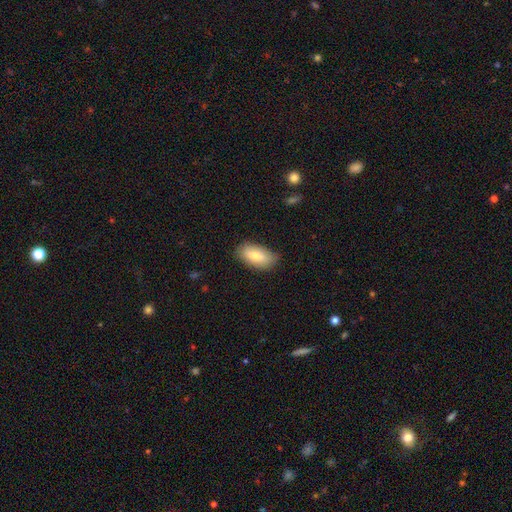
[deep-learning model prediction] Q: Smooth or featured?
A: smooth (80%); runner-up: featured or disk (14%)
Q: How rounded?
A: in between (90%); runner-up: cigar-shaped (8%)
Q: Merging?
A: none (80%); runner-up: minor disturbance (16%)